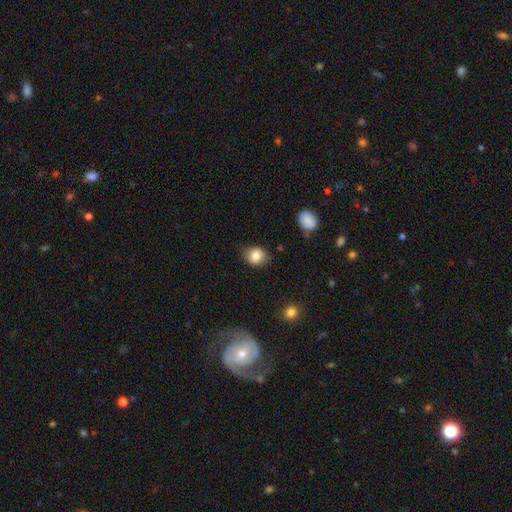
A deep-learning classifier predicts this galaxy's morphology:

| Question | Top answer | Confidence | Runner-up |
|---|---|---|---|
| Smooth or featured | smooth | 83% | star or artifact (9%) |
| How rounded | round | 56% | in between (43%) |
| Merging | none | 78% | minor disturbance (17%) |